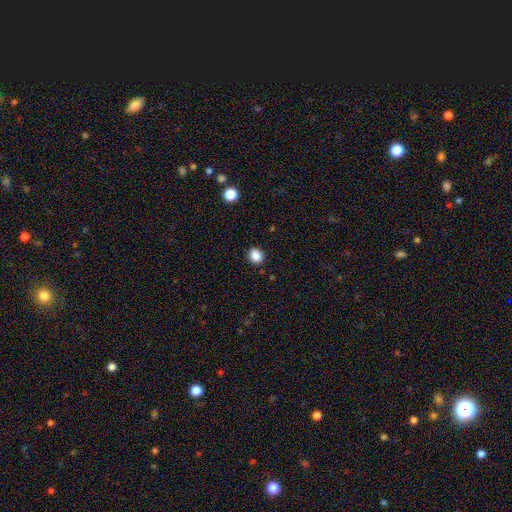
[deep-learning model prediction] The model was most divided on "how rounded": round: 73%, in between: 26%, cigar-shaped: 1%. More confident: merging — none (89%); smooth or featured — smooth (87%).